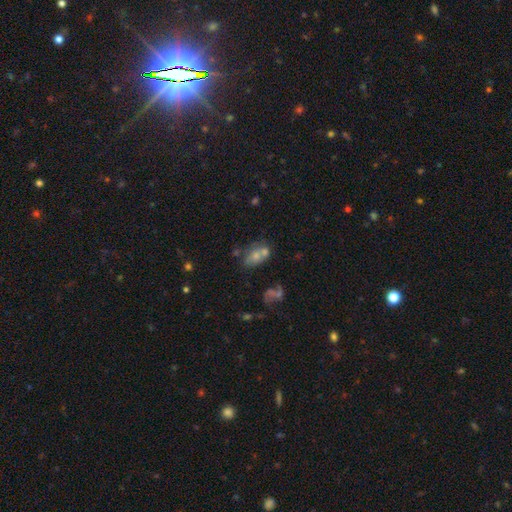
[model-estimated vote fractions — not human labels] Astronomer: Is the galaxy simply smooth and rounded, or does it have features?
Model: smooth — 51%.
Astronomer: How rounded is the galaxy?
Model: in between — 70%.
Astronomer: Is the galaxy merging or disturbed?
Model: none — 41% (runner-up: merger, 36%).